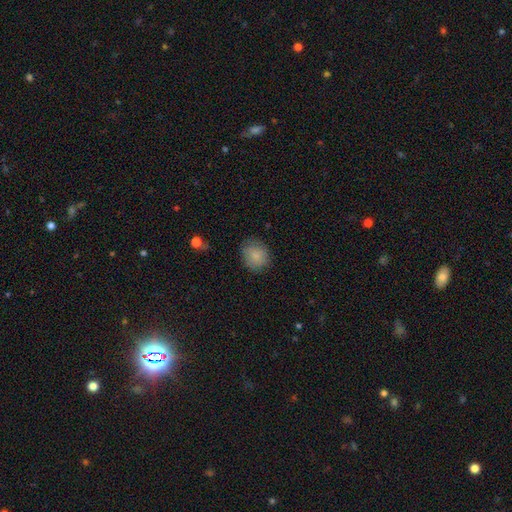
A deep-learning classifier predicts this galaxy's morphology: smooth-or-featured: smooth: 85% | star or artifact: 8% | featured or disk: 7%
  how-rounded: round: 71% | in between: 28% | cigar-shaped: 1%
  merging: none: 80% | minor disturbance: 15% | major disturbance: 4% | merger: 1%